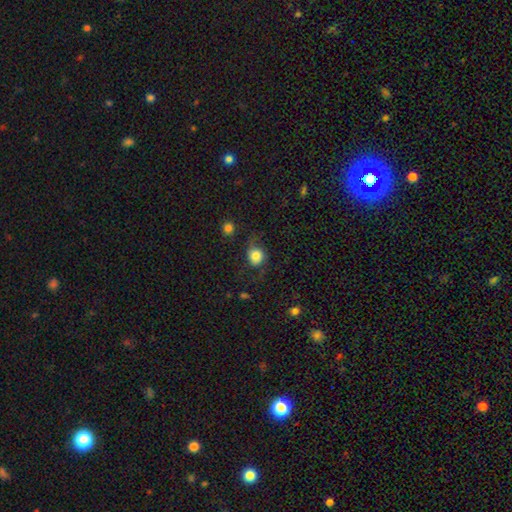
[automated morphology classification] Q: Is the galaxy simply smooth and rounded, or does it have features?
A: smooth — 77%.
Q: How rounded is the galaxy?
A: round — 72%.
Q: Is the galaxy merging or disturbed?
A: none — 58%.